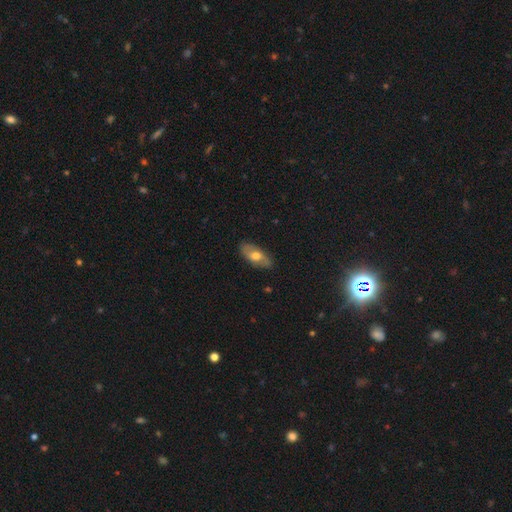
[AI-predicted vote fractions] smooth 56%, featured or disk 37%, star or artifact 6%. Down the decision tree: how rounded — in between (86%); merging — none (84%).